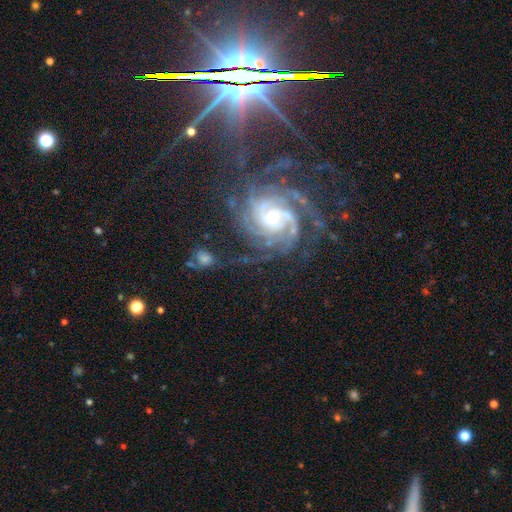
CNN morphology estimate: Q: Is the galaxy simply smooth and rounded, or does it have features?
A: featured or disk — 77%.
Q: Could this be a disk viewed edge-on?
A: no — 96%.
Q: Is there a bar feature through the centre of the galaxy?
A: no — 56%.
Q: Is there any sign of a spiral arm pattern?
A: yes — 98%.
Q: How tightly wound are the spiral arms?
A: tight — 66%.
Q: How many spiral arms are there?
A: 3 — 28%.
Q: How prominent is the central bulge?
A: moderate — 51%.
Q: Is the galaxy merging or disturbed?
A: none — 68%.